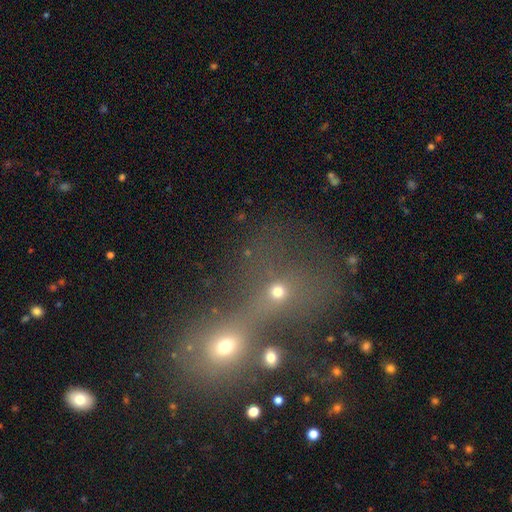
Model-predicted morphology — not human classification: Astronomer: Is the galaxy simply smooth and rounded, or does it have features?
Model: smooth — 45% (runner-up: star or artifact, 36%).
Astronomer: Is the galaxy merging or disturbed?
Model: merger — 74%.